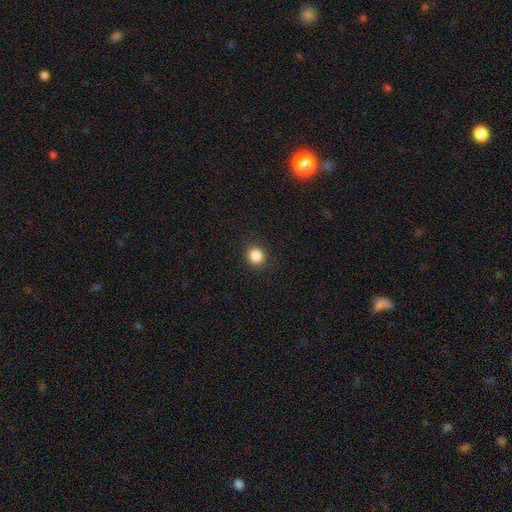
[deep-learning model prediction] This is clearly a smooth galaxy (86%). How rounded: clearly round (84%). Merging: clearly none (91%).